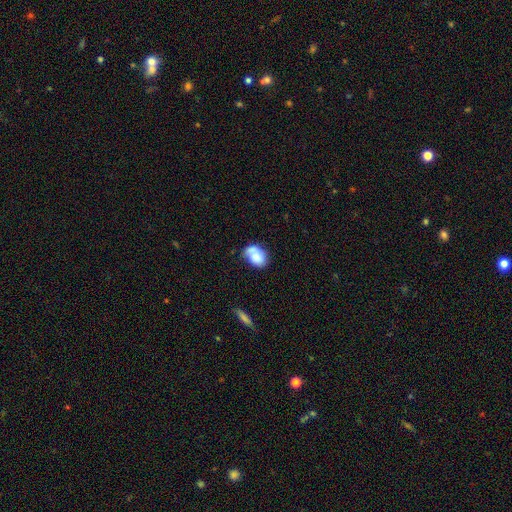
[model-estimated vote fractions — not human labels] Smooth or featured? Predicted: smooth (p=0.66). How rounded? Predicted: in between (p=0.71). Merging? Predicted: none (p=0.44).